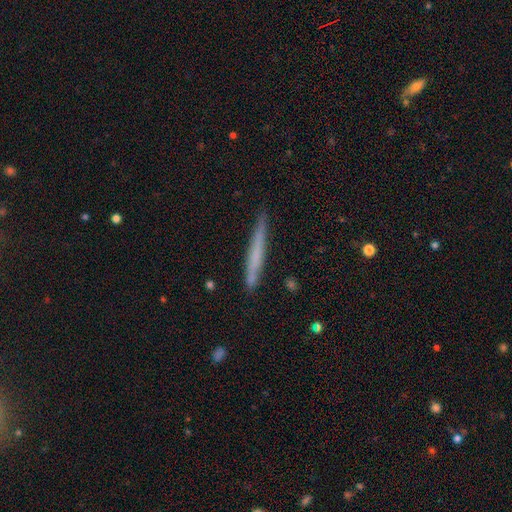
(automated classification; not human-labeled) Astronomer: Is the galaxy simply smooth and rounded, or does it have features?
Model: smooth — 58% (runner-up: featured or disk, 36%).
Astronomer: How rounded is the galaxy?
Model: cigar-shaped — 97%.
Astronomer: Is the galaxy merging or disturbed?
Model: none — 87%.